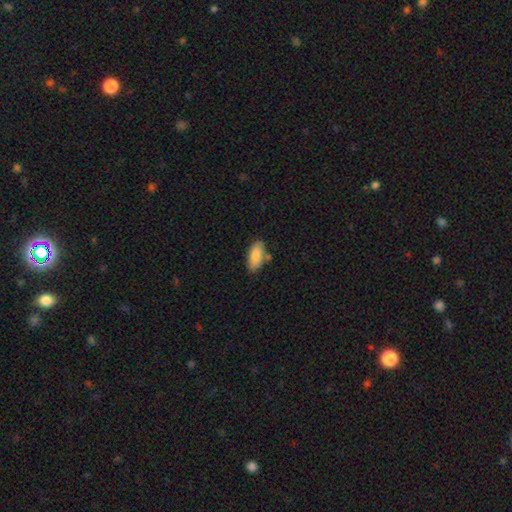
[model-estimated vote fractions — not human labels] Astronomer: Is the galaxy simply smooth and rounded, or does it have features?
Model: smooth — 83%.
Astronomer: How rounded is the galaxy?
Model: in between — 86%.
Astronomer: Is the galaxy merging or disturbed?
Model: none — 75%.